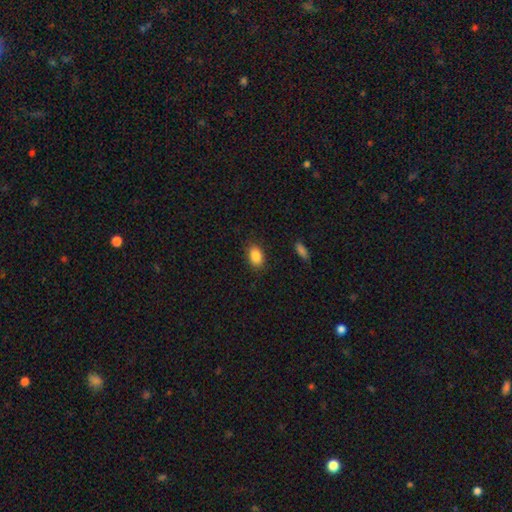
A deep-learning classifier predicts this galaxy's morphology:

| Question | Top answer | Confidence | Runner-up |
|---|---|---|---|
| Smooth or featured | smooth | 87% | star or artifact (8%) |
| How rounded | in between | 86% | round (12%) |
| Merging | none | 86% | minor disturbance (10%) |